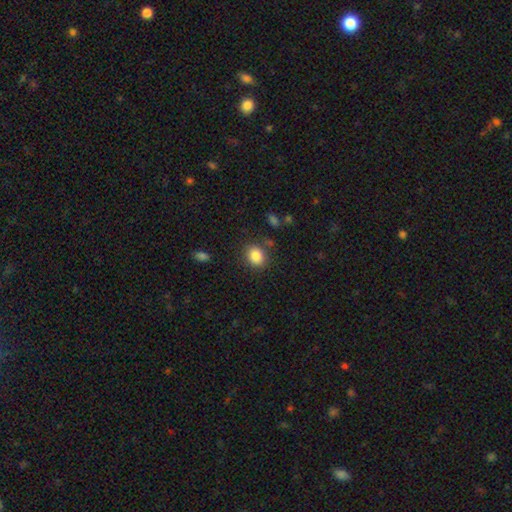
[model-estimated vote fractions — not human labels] Smooth or featured?
  - smooth: 86% *
  - star or artifact: 9%
  - featured or disk: 5%
How rounded?
  - round: 53% *
  - in between: 46%
  - cigar-shaped: 1%
Merging?
  - none: 82% *
  - minor disturbance: 11%
  - major disturbance: 4%
  - merger: 4%